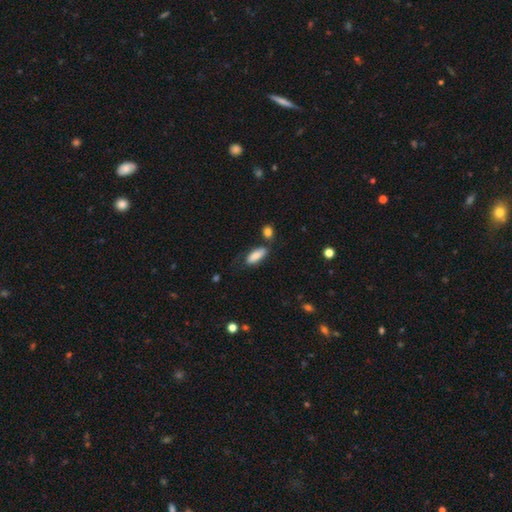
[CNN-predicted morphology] This is clearly a smooth galaxy (81%). How rounded: likely in between (75%). Merging: likely none (62%).